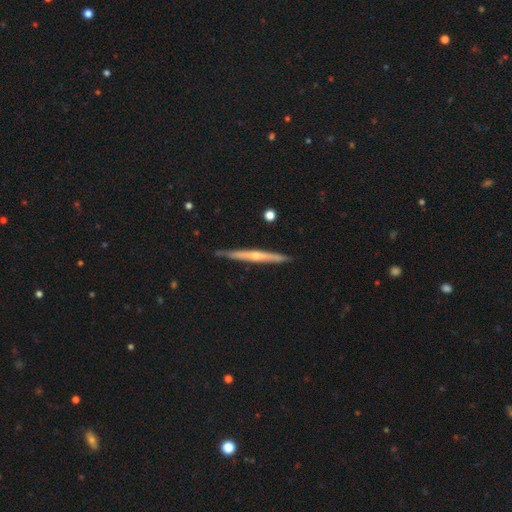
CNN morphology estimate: Smooth or featured? featured or disk (70%)
Edge-on disk? yes (97%)
Edge-on bulge? rounded (68%)
Merging? none (88%)